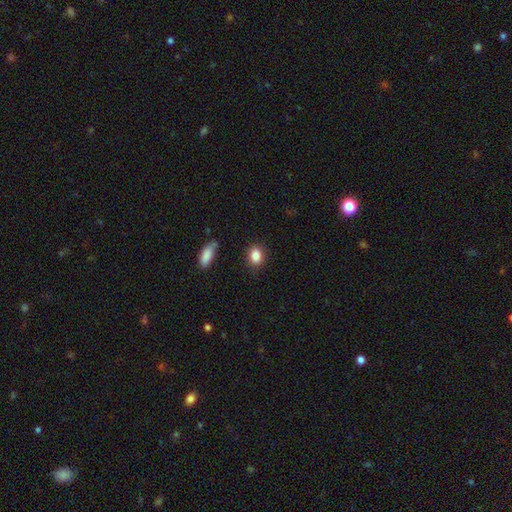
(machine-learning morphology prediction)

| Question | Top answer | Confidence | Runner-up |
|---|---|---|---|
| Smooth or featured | smooth | 86% | star or artifact (9%) |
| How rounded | in between | 66% | round (32%) |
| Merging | none | 84% | minor disturbance (11%) |